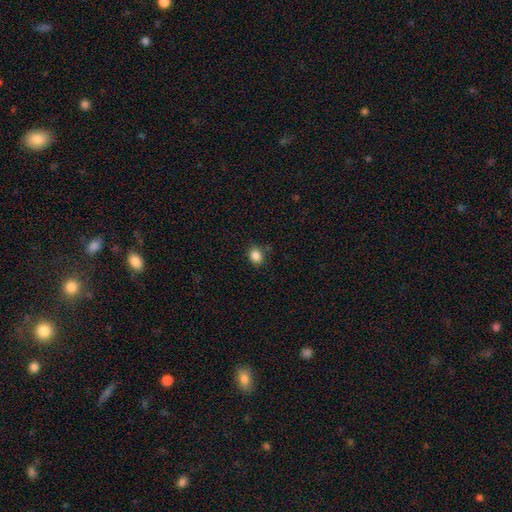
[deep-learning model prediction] Q: Smooth or featured?
A: smooth (86%); runner-up: star or artifact (11%)
Q: How rounded?
A: round (59%); runner-up: in between (40%)
Q: Merging?
A: none (84%); runner-up: minor disturbance (11%)